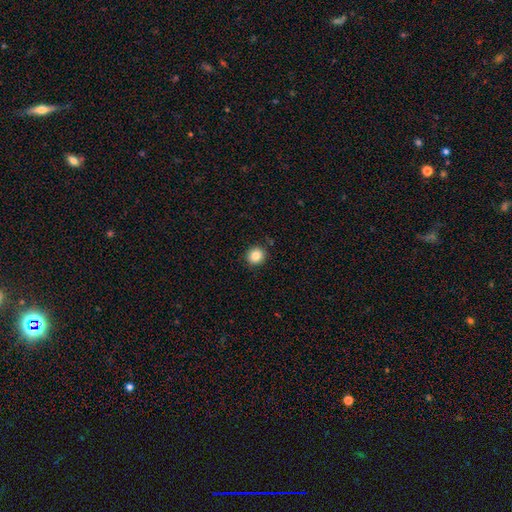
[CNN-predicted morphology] The model was most divided on "smooth or featured": smooth: 85%, star or artifact: 10%, featured or disk: 5%. More confident: merging — none (90%); how rounded — round (89%).